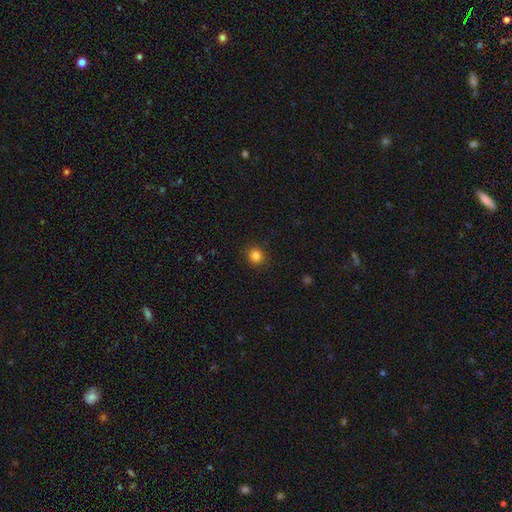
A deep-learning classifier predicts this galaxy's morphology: Overall: smooth (84%). How rounded: round (86%). Merging: none (90%).